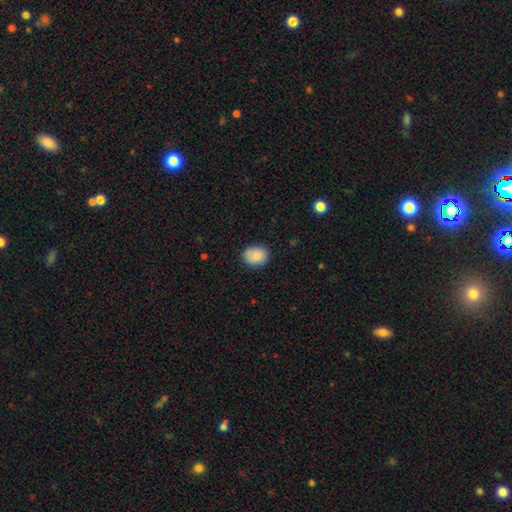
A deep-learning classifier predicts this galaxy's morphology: Overall: smooth (87%). How rounded: round (52%; in between 47%). Merging: none (85%).